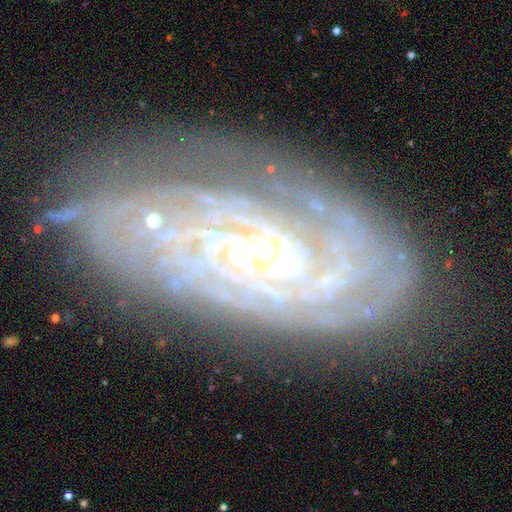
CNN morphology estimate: type=featured or disk (85%); edge-on=no (93%); bar=no (49%); spiral arms=yes (96%); winding=tight (78%); arm count=can't tell (33%); bulge=small (67%); merging=none (72%).